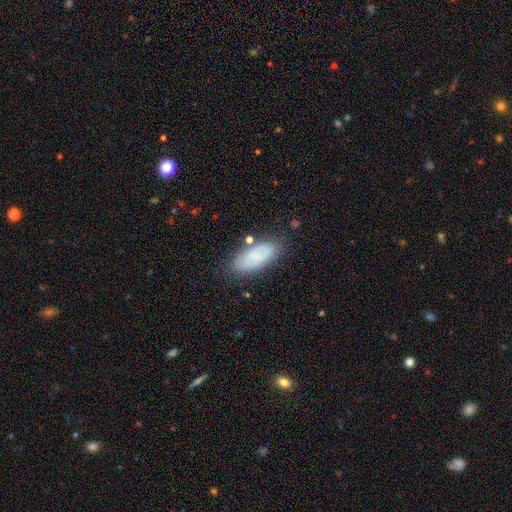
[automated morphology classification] smooth 73%, featured or disk 18%, star or artifact 9%. Down the decision tree: how rounded — in between (84%); merging — none (79%).